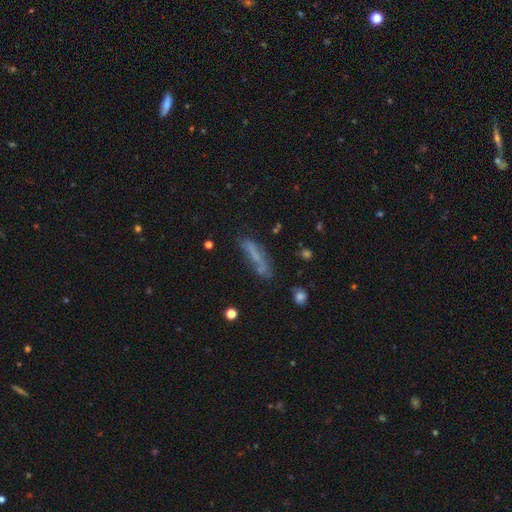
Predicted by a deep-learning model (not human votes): A smooth galaxy with no disk features (60%) that is cigar-shaped (83%).

Vote fractions:
- Smooth or featured? smooth: 60% / featured or disk: 28% / star or artifact: 12%
- How rounded? cigar-shaped: 83% / in between: 15% / round: 2%
- Merging? none: 61% / minor disturbance: 23% / major disturbance: 10% / merger: 6%